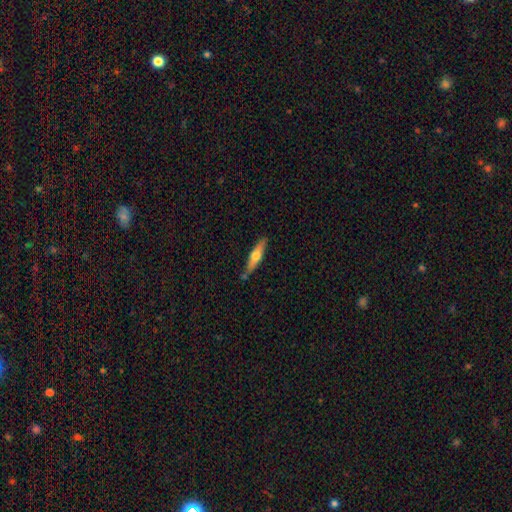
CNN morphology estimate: A featured or disk galaxy (49%).

Vote fractions:
- Smooth or featured? featured or disk: 49% / smooth: 46% / star or artifact: 6%
- Merging? none: 80% / minor disturbance: 14% / merger: 4% / major disturbance: 2%